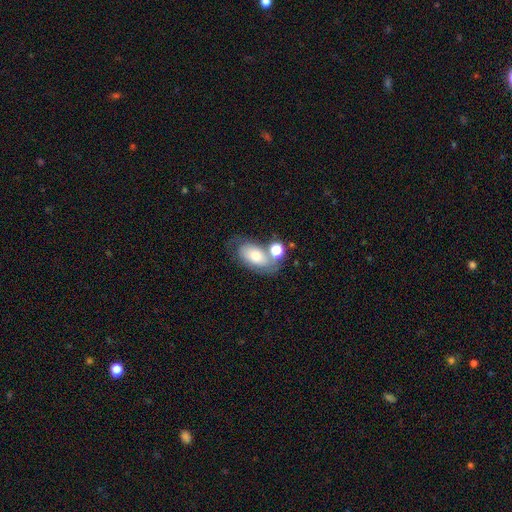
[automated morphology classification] Smooth or featured? smooth (66%)
How rounded? in between (89%)
Merging? none (44%)